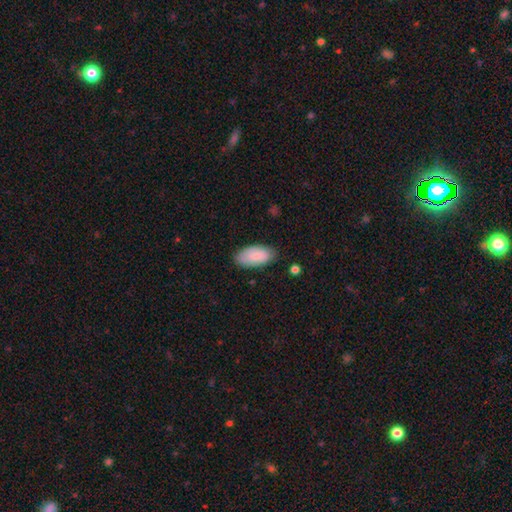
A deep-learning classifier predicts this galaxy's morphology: Smooth or featured?
  - smooth: 84% *
  - featured or disk: 10%
  - star or artifact: 6%
How rounded?
  - in between: 94% *
  - cigar-shaped: 4%
  - round: 2%
Merging?
  - none: 77% *
  - minor disturbance: 18%
  - major disturbance: 3%
  - merger: 1%